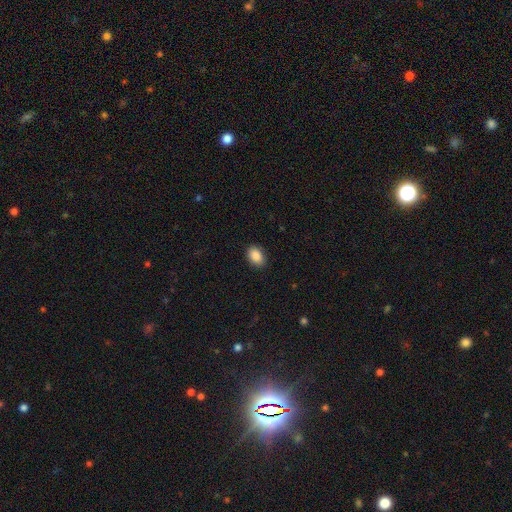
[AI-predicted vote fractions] smooth-or-featured: smooth: 89% | star or artifact: 8% | featured or disk: 3%
  how-rounded: in between: 81% | round: 18% | cigar-shaped: 1%
  merging: none: 87% | minor disturbance: 10% | major disturbance: 2% | merger: 1%